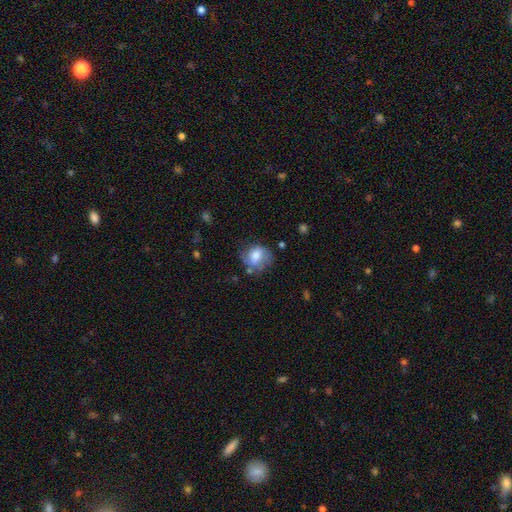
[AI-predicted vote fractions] Smooth or featured: smooth — 67% (featured or disk — 25%)
How rounded: round — 56% (in between — 43%)
Merging: none — 50% (minor disturbance — 29%)